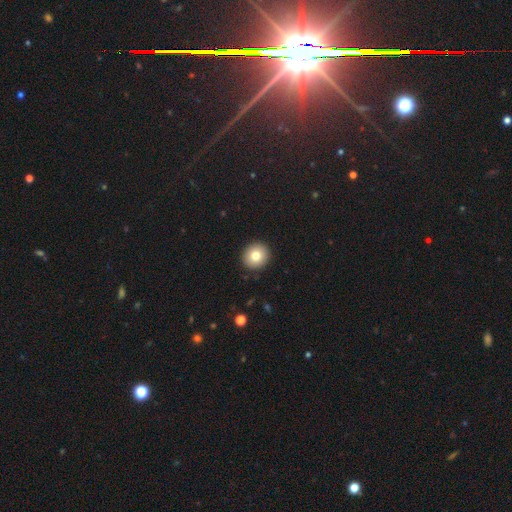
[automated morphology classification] Smooth or featured? smooth (78%)
How rounded? round (88%)
Merging? none (92%)